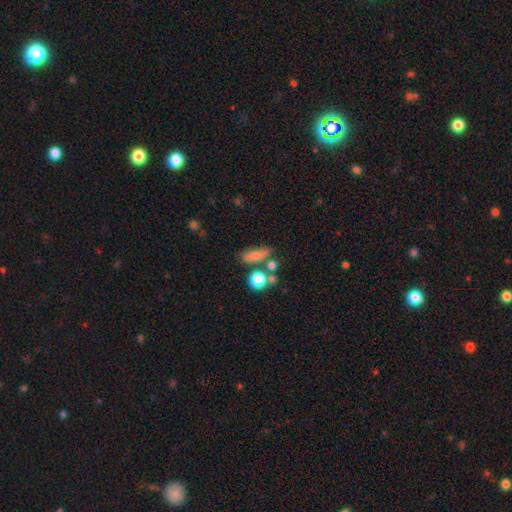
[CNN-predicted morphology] type=smooth (72%); roundness=in between (48%); merging=none (59%).